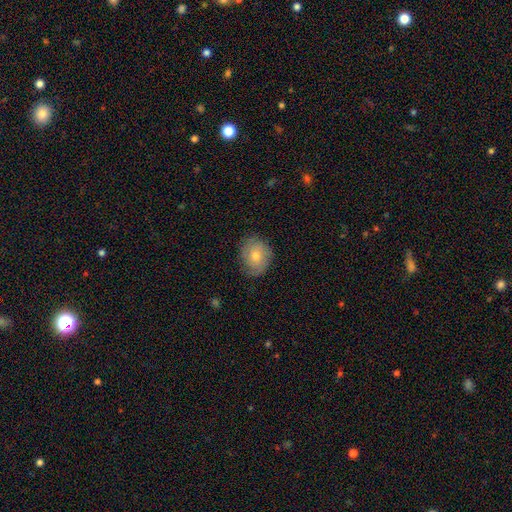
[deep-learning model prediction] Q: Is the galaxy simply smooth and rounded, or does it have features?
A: smooth — 54%.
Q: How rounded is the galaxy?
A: round — 66%.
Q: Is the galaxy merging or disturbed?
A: none — 79%.